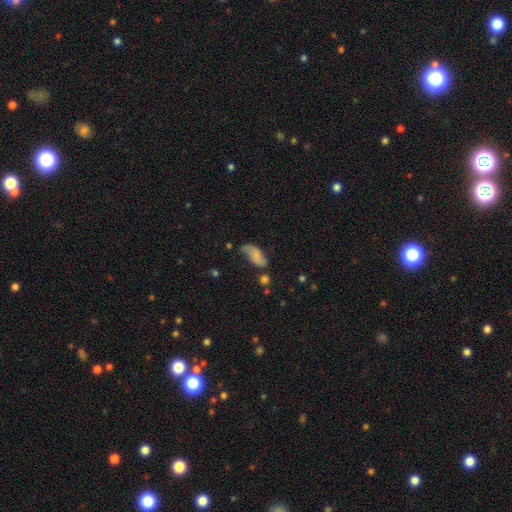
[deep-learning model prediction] Smooth or featured? Predicted: smooth (p=0.47). Merging? Predicted: none (p=0.46).